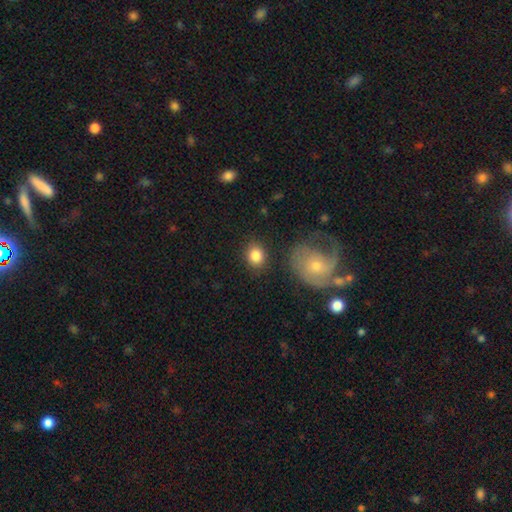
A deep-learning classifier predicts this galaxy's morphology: Smooth or featured? smooth (85%)
How rounded? round (62%)
Merging? none (84%)